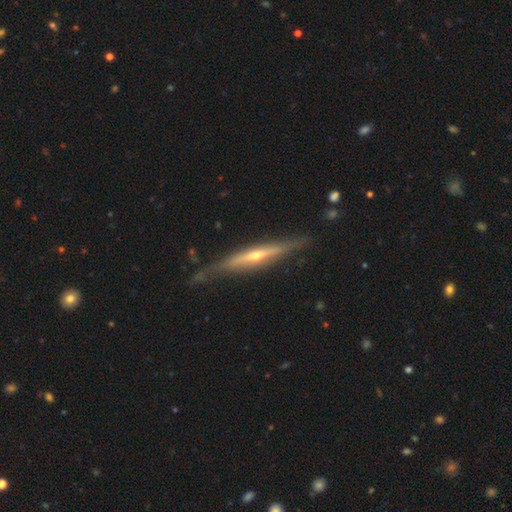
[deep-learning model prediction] Q: Smooth or featured?
A: featured or disk (76%); runner-up: smooth (19%)
Q: Edge-on disk?
A: yes (94%); runner-up: no (6%)
Q: Edge-on bulge?
A: rounded (78%); runner-up: none (18%)
Q: Merging?
A: none (74%); runner-up: minor disturbance (19%)